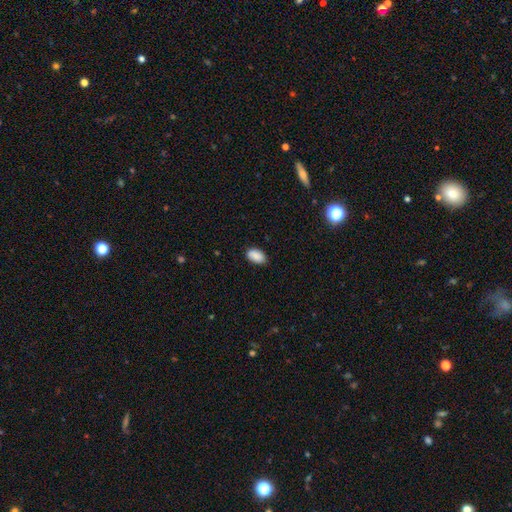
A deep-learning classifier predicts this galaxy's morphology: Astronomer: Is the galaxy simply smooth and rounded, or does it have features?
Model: smooth — 89%.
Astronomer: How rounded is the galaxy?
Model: in between — 94%.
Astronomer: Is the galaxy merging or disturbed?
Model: none — 84%.